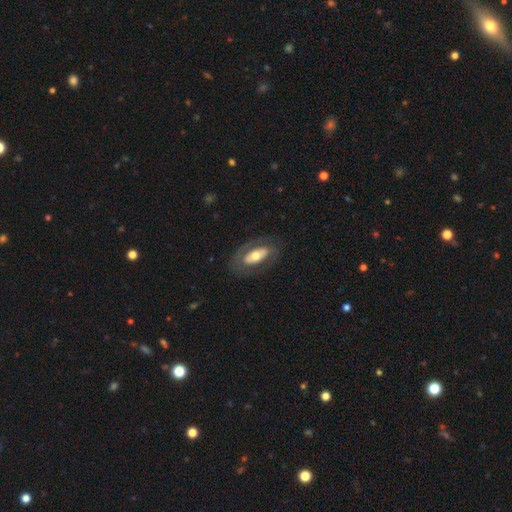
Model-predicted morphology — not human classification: Overall: featured or disk (49%; smooth 45%). Merging: none (76%).